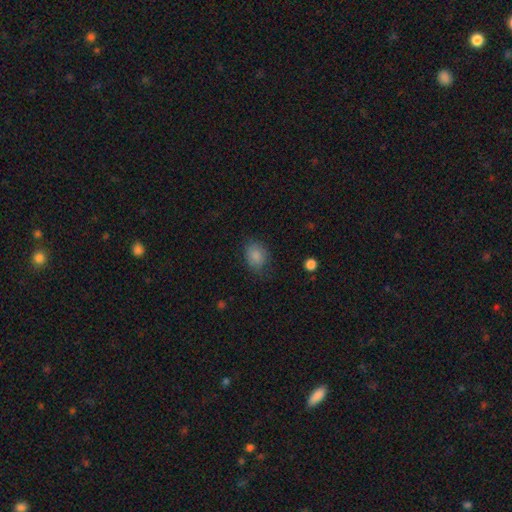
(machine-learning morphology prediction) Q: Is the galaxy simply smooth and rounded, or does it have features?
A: smooth — 85%.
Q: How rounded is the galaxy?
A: in between — 59%.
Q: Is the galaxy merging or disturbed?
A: none — 71%.